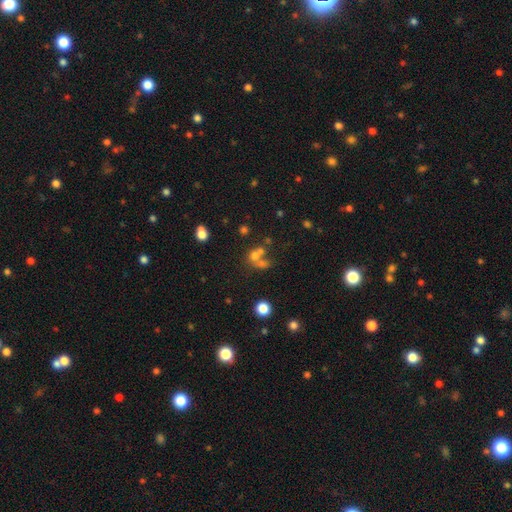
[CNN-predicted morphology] The model was most divided on "merging": merger: 54%, none: 30%, major disturbance: 8%, minor disturbance: 8%. More confident: how rounded — round (65%); smooth or featured — smooth (60%).